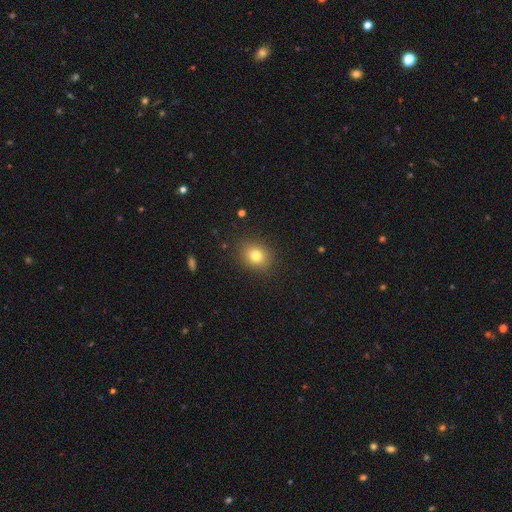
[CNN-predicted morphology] A smooth galaxy with no disk features (79%) that is round (60%).

Vote fractions:
- Smooth or featured? smooth: 79% / star or artifact: 12% / featured or disk: 9%
- How rounded? round: 60% / in between: 39% / cigar-shaped: 1%
- Merging? none: 88% / minor disturbance: 9% / major disturbance: 3% / merger: 1%